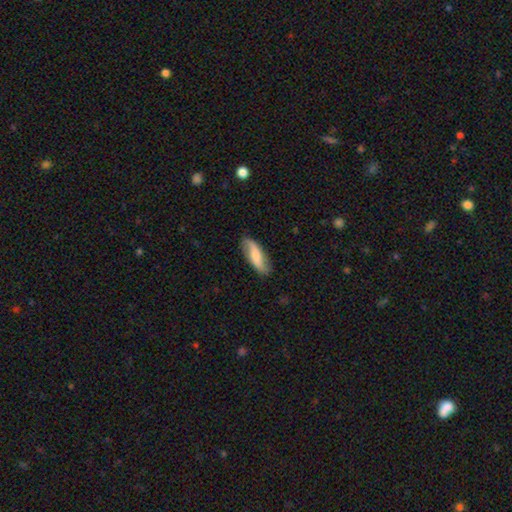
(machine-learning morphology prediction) type=smooth (50%); roundness=in between (60%); merging=none (79%).